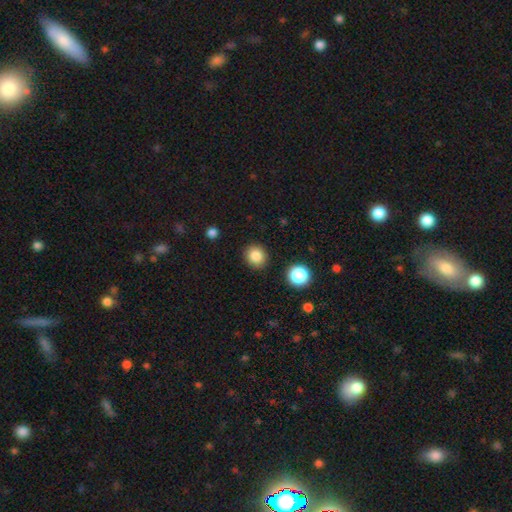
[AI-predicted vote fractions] smooth 85%, star or artifact 11%, featured or disk 5%. Down the decision tree: how rounded — round (84%); merging — none (89%).